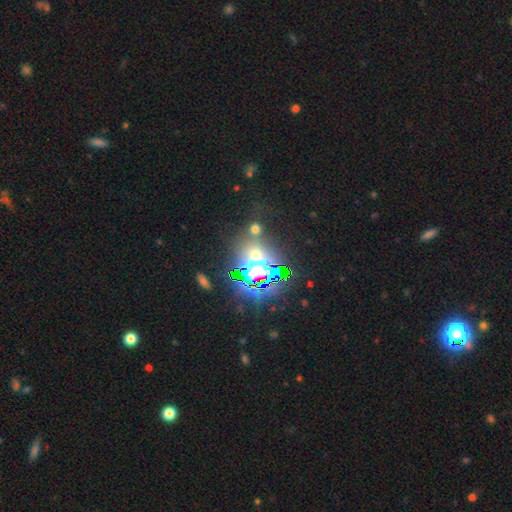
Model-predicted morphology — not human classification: A star or artifact, not a galaxy (72%).